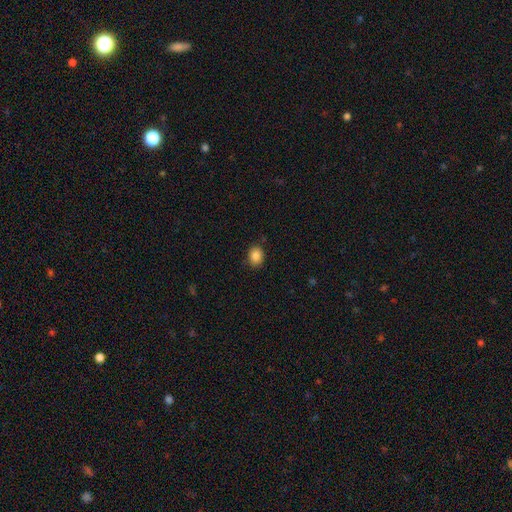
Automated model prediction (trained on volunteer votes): Smooth or featured? Predicted: smooth (p=0.86). How rounded? Predicted: round (p=0.51). Merging? Predicted: none (p=0.86).